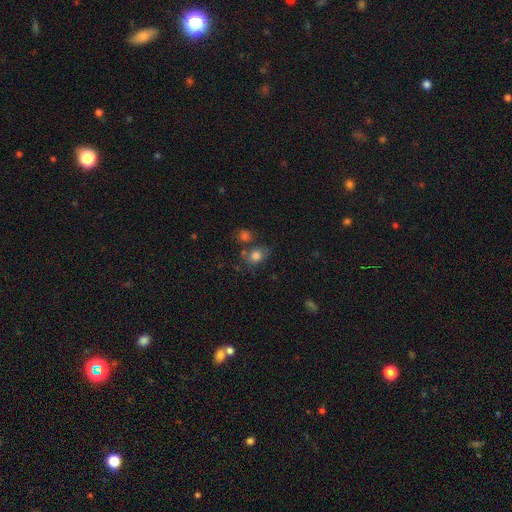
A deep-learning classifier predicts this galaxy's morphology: Smooth or featured? smooth (79%)
How rounded? round (54%)
Merging? none (58%)